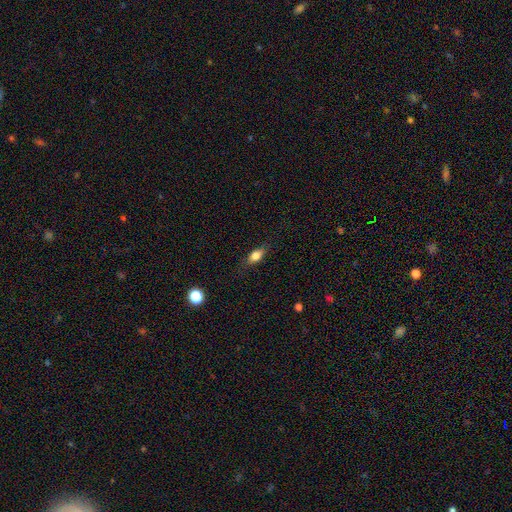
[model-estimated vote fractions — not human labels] This appears to be a smooth galaxy with no disk features (74%) that is in between round and cigar-shaped (75%). Merging: none (78%).